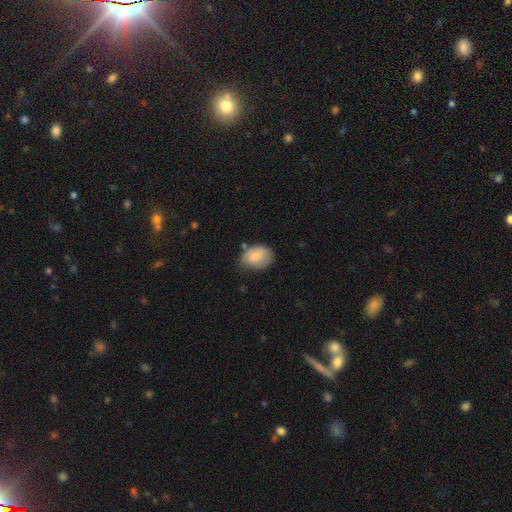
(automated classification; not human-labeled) Smooth or featured? smooth (76%)
How rounded? in between (74%)
Merging? none (63%)